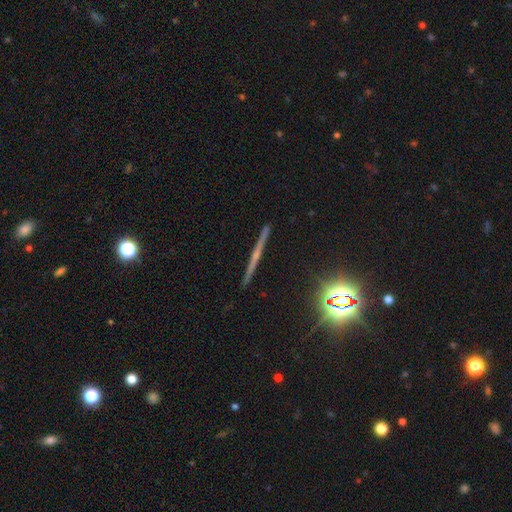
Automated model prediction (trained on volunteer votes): A featured or disk galaxy (62%) viewed edge-on (98%) with a rounded central bulge (46%). Merging: none (91%).